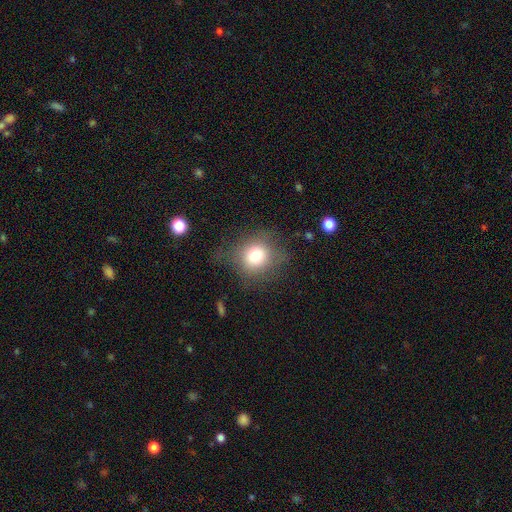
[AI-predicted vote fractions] smooth 74%, star or artifact 13%, featured or disk 12%. Down the decision tree: how rounded — round (83%); merging — none (71%).